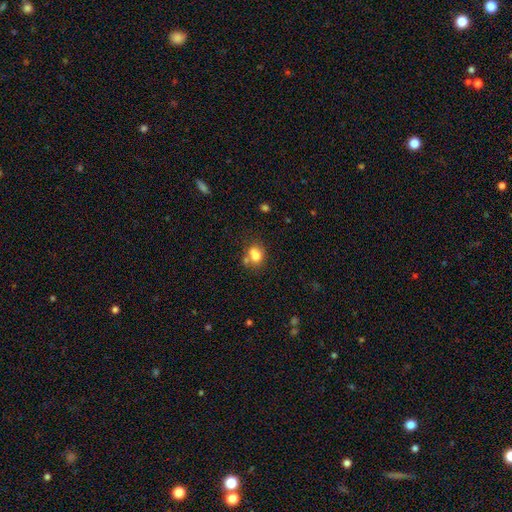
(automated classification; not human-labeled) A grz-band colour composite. It shows a smooth galaxy with no disk features (75%) that is in between round and cigar-shaped (52%). Merging: none (47%).